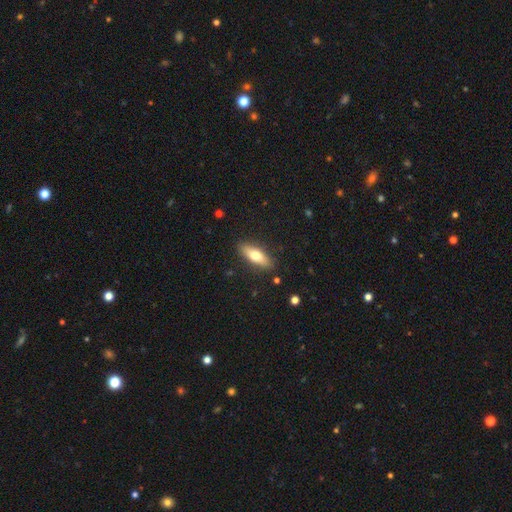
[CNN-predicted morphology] smooth-or-featured: smooth: 67% | featured or disk: 27% | star or artifact: 6%
  how-rounded: in between: 58% | cigar-shaped: 39% | round: 3%
  merging: none: 87% | minor disturbance: 9% | major disturbance: 2% | merger: 1%